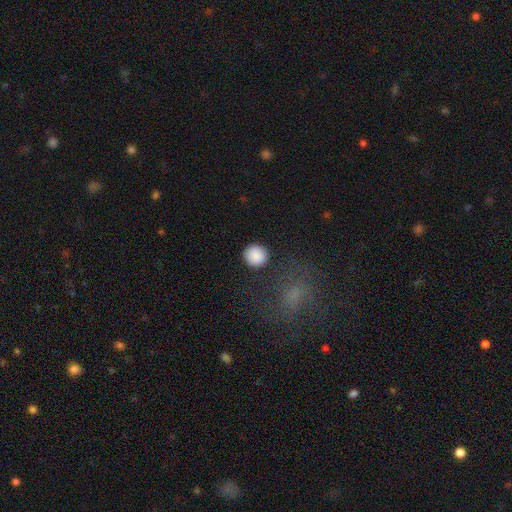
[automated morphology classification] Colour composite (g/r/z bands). It shows a smooth galaxy with no disk features (89%) that is round (93%). Merging: none (88%).